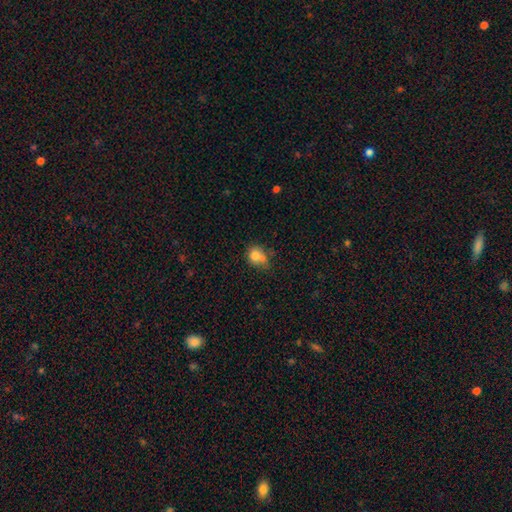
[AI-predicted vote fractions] smooth_or_featured: smooth (p=0.75) [alt: featured or disk p=0.14]
how_rounded: round (p=0.68) [alt: in between p=0.31]
merging: merger (p=0.43) [alt: none p=0.37]